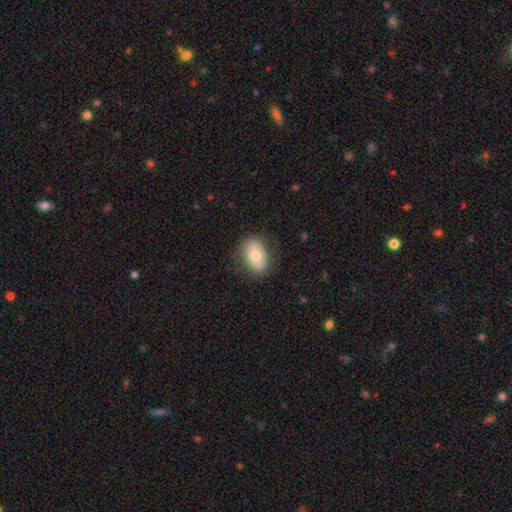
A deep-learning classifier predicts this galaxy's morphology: This is likely a smooth galaxy (70%). How rounded: clearly in between (84%). Merging: likely none (78%).